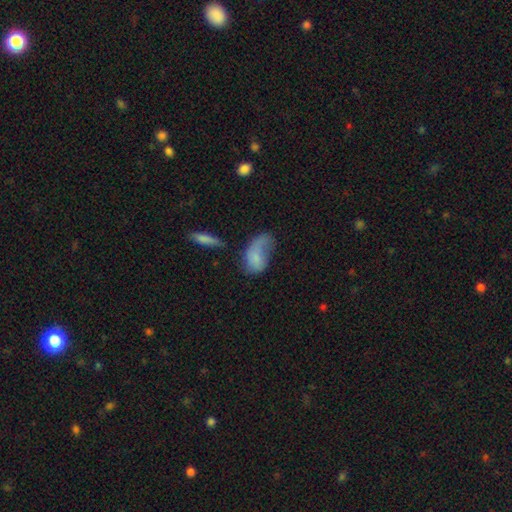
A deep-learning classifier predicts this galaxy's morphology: This appears to be a smooth galaxy with no disk features (65%) that is in between round and cigar-shaped (88%). Merging: major disturbance (41%).